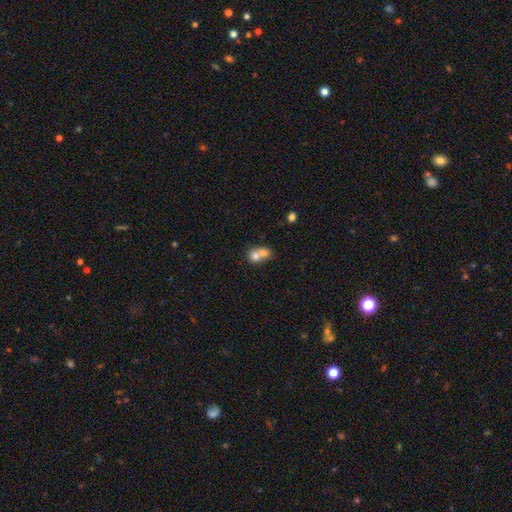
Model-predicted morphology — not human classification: The model was most divided on "how rounded": round: 56%, in between: 42%, cigar-shaped: 1%. More confident: merging — merger (71%); smooth or featured — smooth (71%).